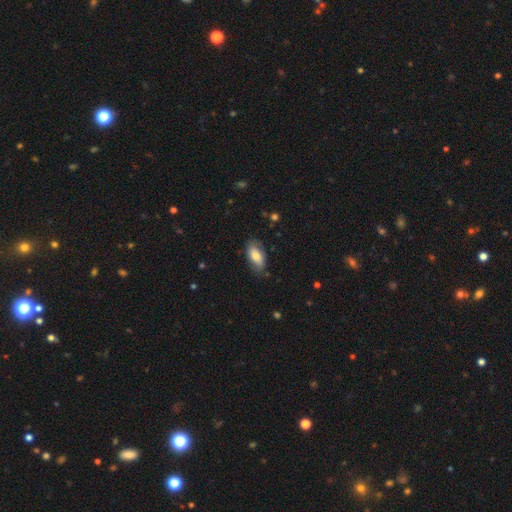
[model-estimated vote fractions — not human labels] Morphology: type=smooth (71%); roundness=in between (91%); merging=none (73%).